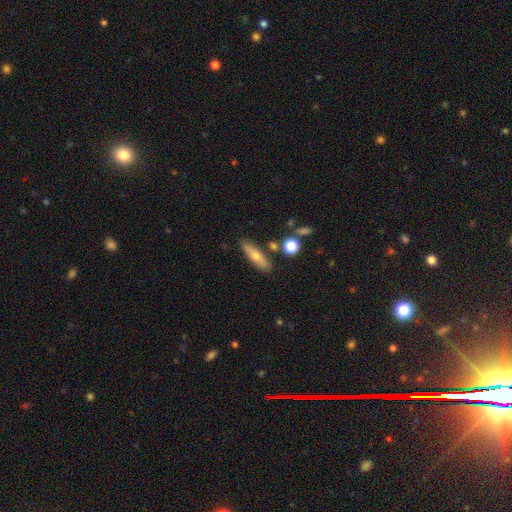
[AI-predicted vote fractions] smooth_or_featured: smooth (p=0.56) [alt: featured or disk p=0.36]
how_rounded: cigar-shaped (p=0.66) [alt: in between p=0.30]
merging: none (p=0.80) [alt: minor disturbance p=0.12]